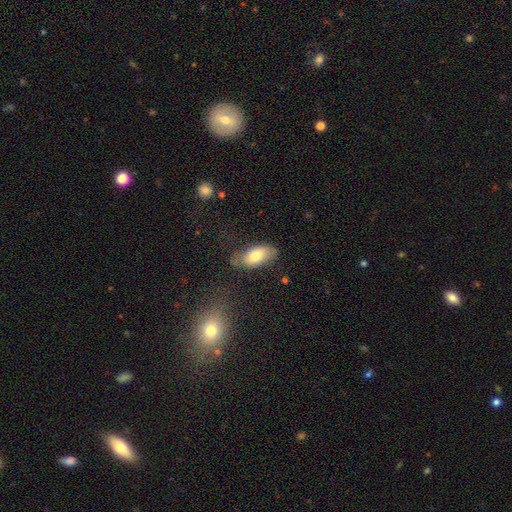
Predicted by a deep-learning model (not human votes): This is likely a smooth galaxy (74%). How rounded: clearly in between (90%). Merging: likely none (66%).